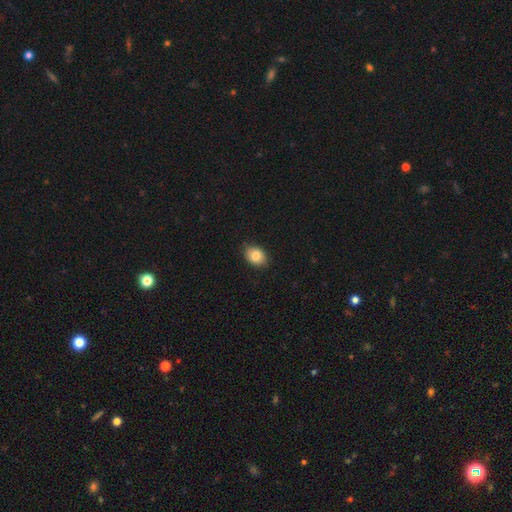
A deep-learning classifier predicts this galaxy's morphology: This appears to be a smooth galaxy with no disk features (83%) that is in between round and cigar-shaped (73%). Merging: none (85%).